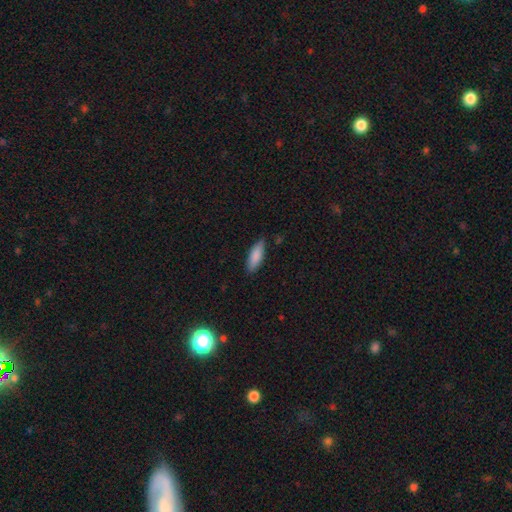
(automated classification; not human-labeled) A smooth galaxy with no disk features (86%) that is in between round and cigar-shaped (60%).

Vote fractions:
- Smooth or featured? smooth: 86% / featured or disk: 8% / star or artifact: 6%
- How rounded? in between: 60% / cigar-shaped: 39% / round: 2%
- Merging? none: 82% / minor disturbance: 15% / major disturbance: 2% / merger: 1%